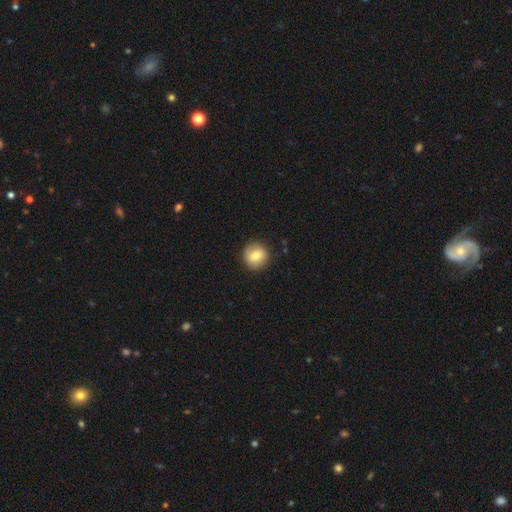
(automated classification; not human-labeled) This appears to be a smooth galaxy with no disk features (76%) that is round (92%). Merging: none (88%).